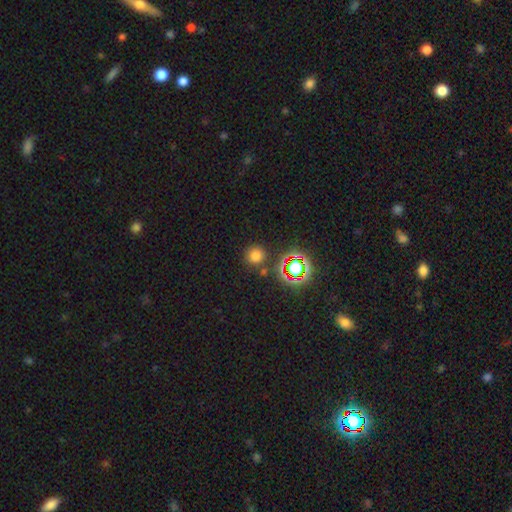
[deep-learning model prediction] Morphology: type=smooth (70%); roundness=round (92%); merging=none (82%).